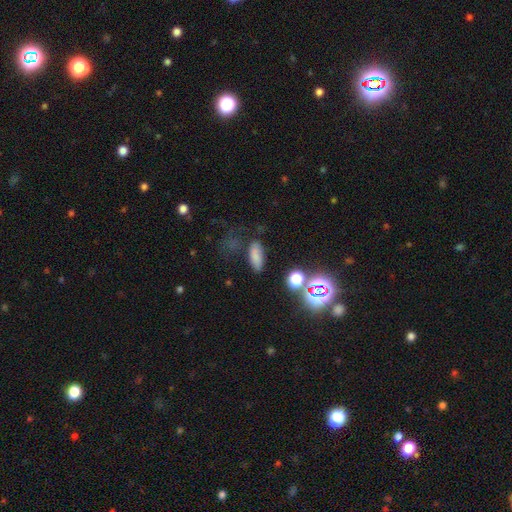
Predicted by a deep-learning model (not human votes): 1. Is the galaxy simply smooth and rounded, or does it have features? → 74% smooth, 17% star or artifact, 9% featured or disk.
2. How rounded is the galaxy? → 68% in between, 26% cigar-shaped, 6% round.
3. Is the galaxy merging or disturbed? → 71% none, 17% minor disturbance, 7% major disturbance, 5% merger.